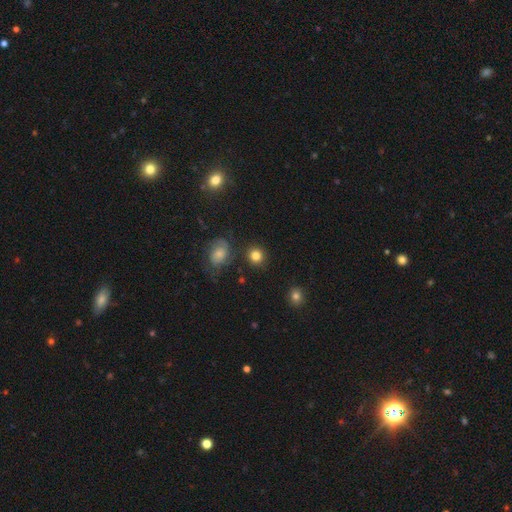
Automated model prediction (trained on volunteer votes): Morphology: type=smooth (83%); roundness=round (88%); merging=none (85%).